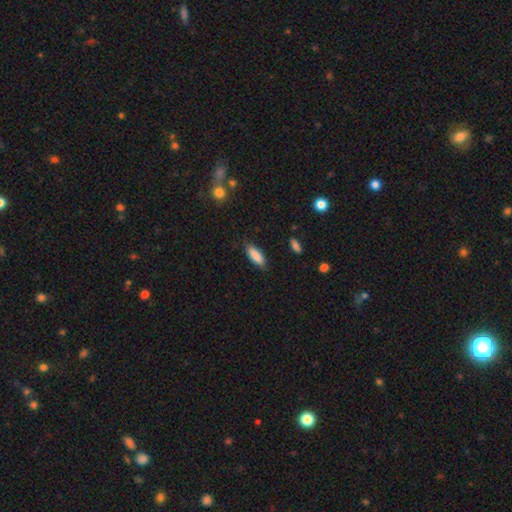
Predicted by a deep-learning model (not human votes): smooth-or-featured: smooth: 87% | featured or disk: 7% | star or artifact: 6%
  how-rounded: in between: 61% | cigar-shaped: 37% | round: 2%
  merging: none: 84% | minor disturbance: 12% | major disturbance: 2% | merger: 1%